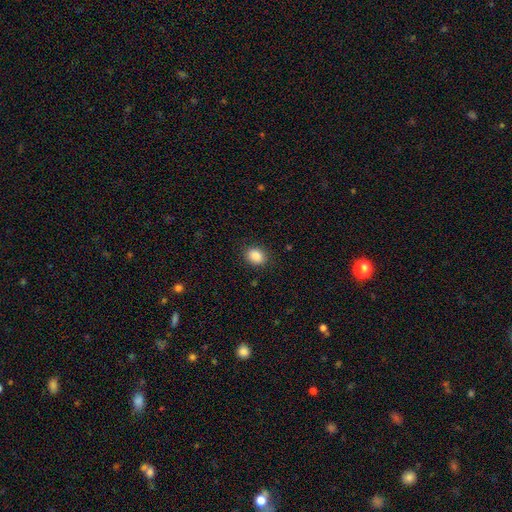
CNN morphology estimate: Smooth or featured? Predicted: smooth (p=0.88). How rounded? Predicted: in between (p=0.57). Merging? Predicted: none (p=0.87).